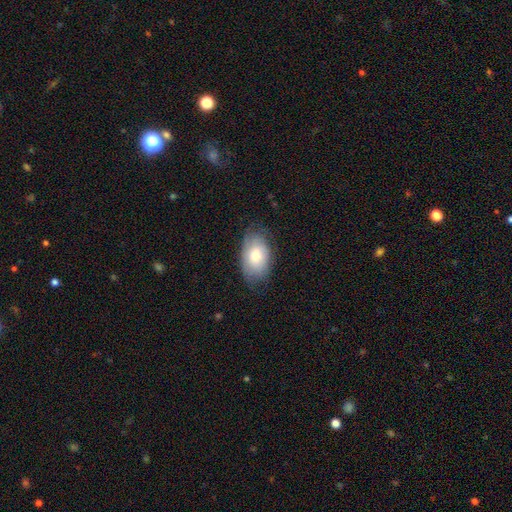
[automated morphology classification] Smooth or featured?
  - smooth: 73% *
  - featured or disk: 20%
  - star or artifact: 6%
How rounded?
  - in between: 92% *
  - round: 6%
  - cigar-shaped: 1%
Merging?
  - none: 71% *
  - minor disturbance: 22%
  - major disturbance: 6%
  - merger: 1%